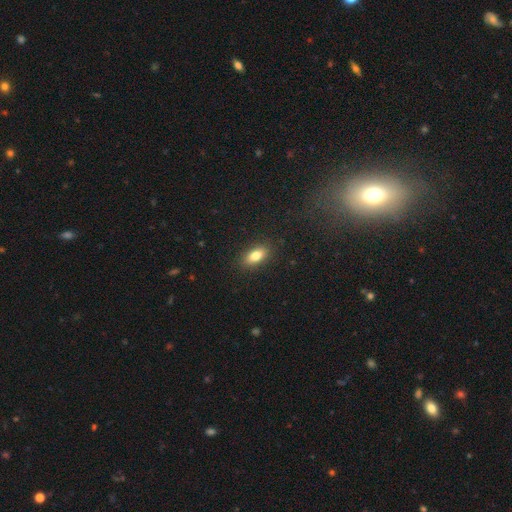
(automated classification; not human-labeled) Morphology: type=smooth (82%); roundness=in between (87%); merging=none (88%).